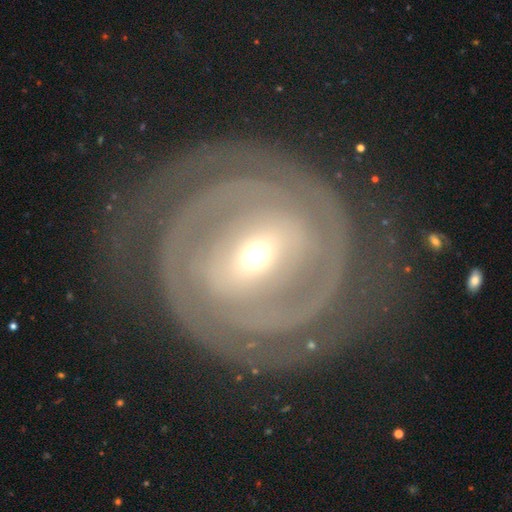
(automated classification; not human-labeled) Smooth or featured?
  - featured or disk: 87% *
  - smooth: 8%
  - star or artifact: 5%
Edge-on disk?
  - no: 96% *
  - yes: 4%
Bar?
  - strong: 41% *
  - weak: 37%
  - no: 22%
Spiral arms?
  - yes: 90% *
  - no: 10%
Spiral winding?
  - tight: 76% *
  - medium: 18%
  - loose: 6%
Spiral arm count?
  - 2: 56% *
  - can't tell: 21%
  - 3: 7%
  - 1: 6%
  - 4: 5%
  - more than 4: 4%
Bulge size?
  - small: 61% *
  - moderate: 34%
  - large: 3%
  - dominant: 1%
  - none: 1%
Merging?
  - none: 73% *
  - minor disturbance: 14%
  - major disturbance: 11%
  - merger: 2%